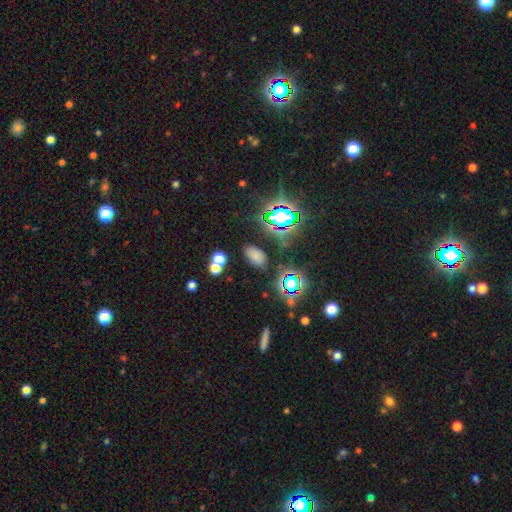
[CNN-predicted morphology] smooth 61%, star or artifact 32%, featured or disk 8%. Down the decision tree: how rounded — in between (87%); merging — none (77%).